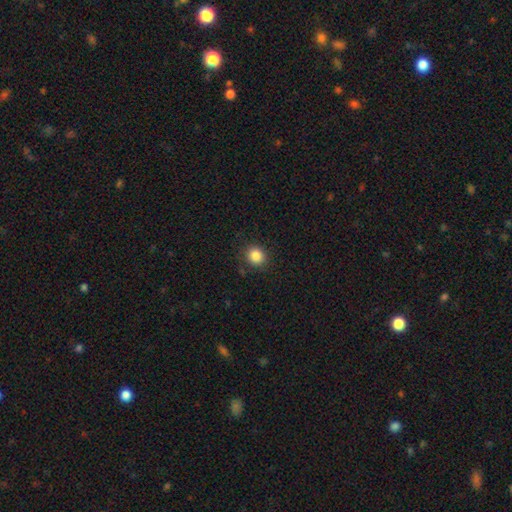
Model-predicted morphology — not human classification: This appears to be a smooth galaxy with no disk features (86%) that is round (84%). Merging: none (87%).